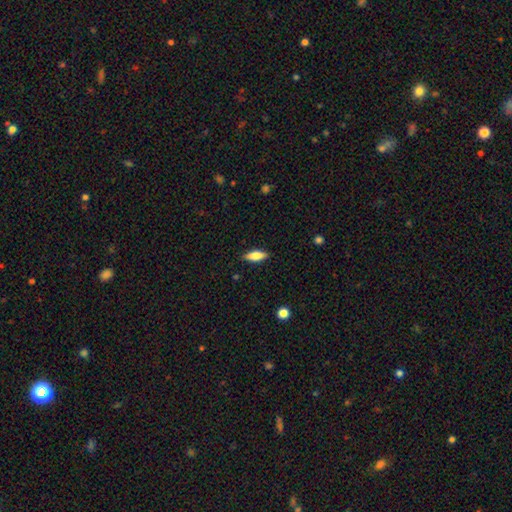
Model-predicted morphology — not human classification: smooth-or-featured: smooth: 75% | featured or disk: 18% | star or artifact: 7%
  how-rounded: in between: 66% | cigar-shaped: 32% | round: 2%
  merging: none: 87% | minor disturbance: 10% | major disturbance: 2% | merger: 1%